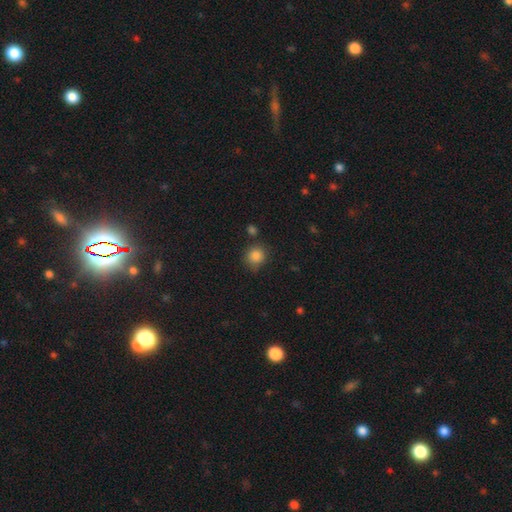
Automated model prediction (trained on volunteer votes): The model was most divided on "merging": none: 75%, minor disturbance: 15%, merger: 6%, major disturbance: 4%. More confident: how rounded — round (86%); smooth or featured — smooth (85%).